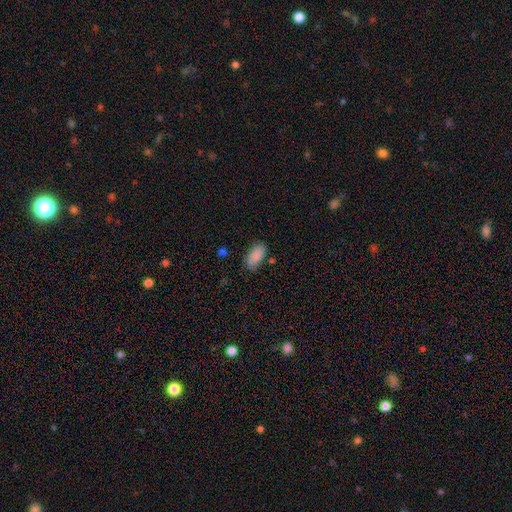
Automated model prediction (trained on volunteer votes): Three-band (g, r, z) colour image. It shows a smooth galaxy with no disk features (87%) that is in between round and cigar-shaped (93%). Merging: none (73%).